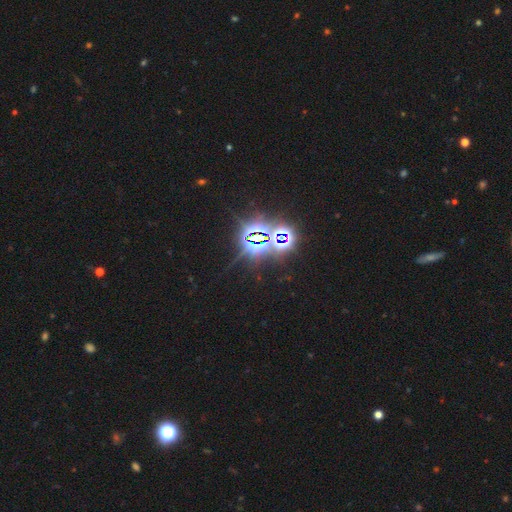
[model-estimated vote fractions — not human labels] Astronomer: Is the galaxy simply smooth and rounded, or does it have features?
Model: star or artifact — 72%.